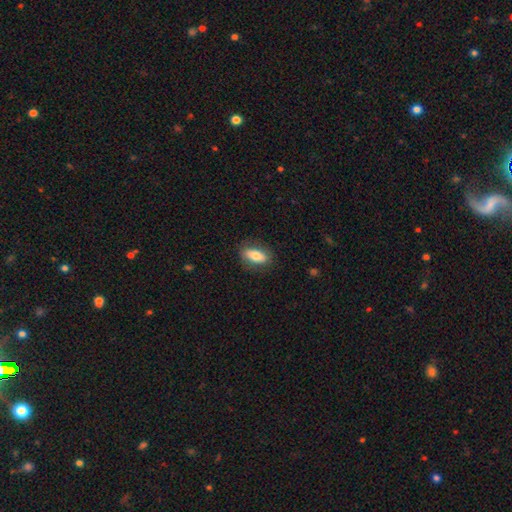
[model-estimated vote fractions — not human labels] Smooth or featured? smooth (74%)
How rounded? in between (85%)
Merging? none (81%)